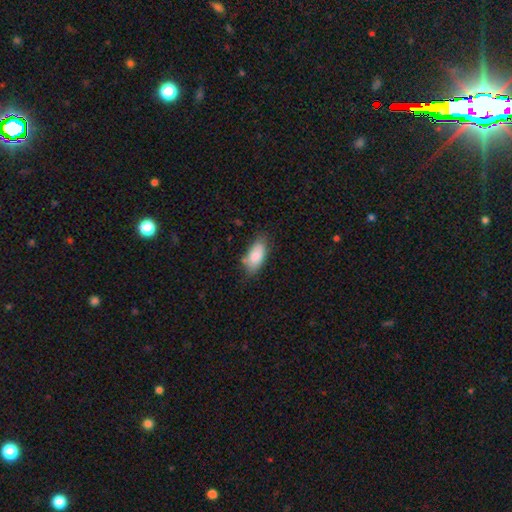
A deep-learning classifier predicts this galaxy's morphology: smooth 84%, featured or disk 9%, star or artifact 7%. Down the decision tree: how rounded — in between (91%); merging — none (71%).